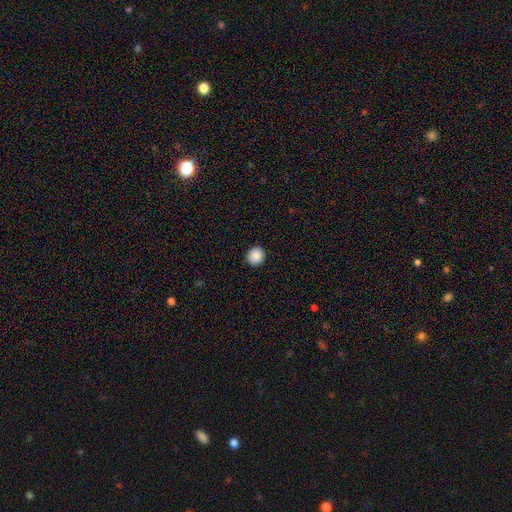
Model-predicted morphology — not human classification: A smooth galaxy with no disk features (88%) that is round (87%). Merging: none (92%).